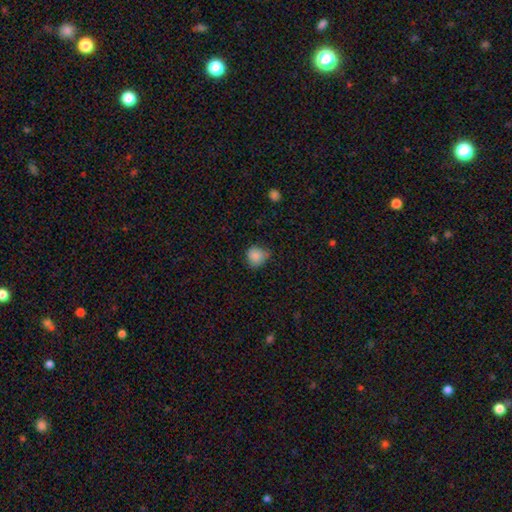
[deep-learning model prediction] smooth_or_featured: smooth (p=0.85) [alt: star or artifact p=0.10]
how_rounded: round (p=0.79) [alt: in between p=0.20]
merging: none (p=0.59) [alt: minor disturbance p=0.34]